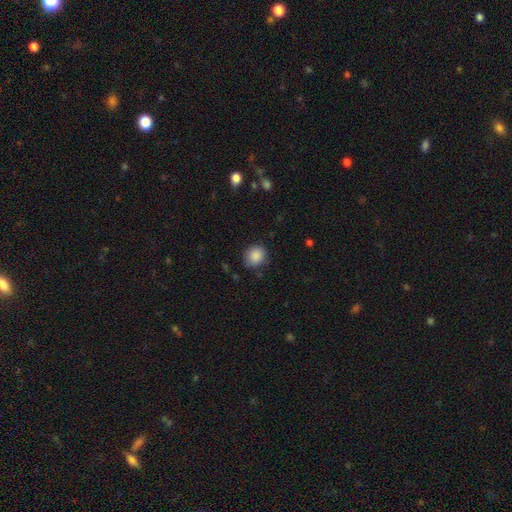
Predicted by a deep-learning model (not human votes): A smooth galaxy with no disk features (88%) that is round (82%). Merging: none (80%).